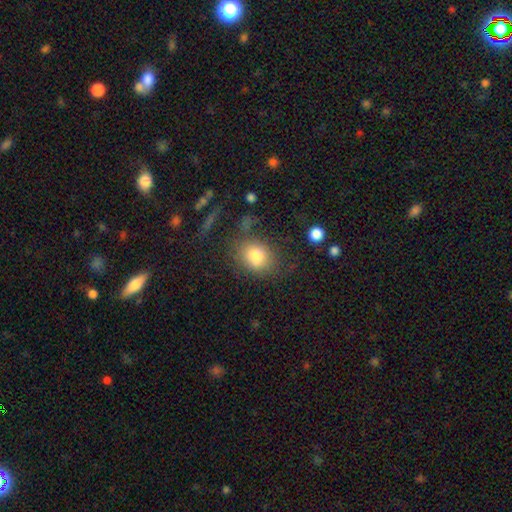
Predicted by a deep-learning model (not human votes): A smooth galaxy with no disk features (80%) that is round (58%). Merging: none (63%).